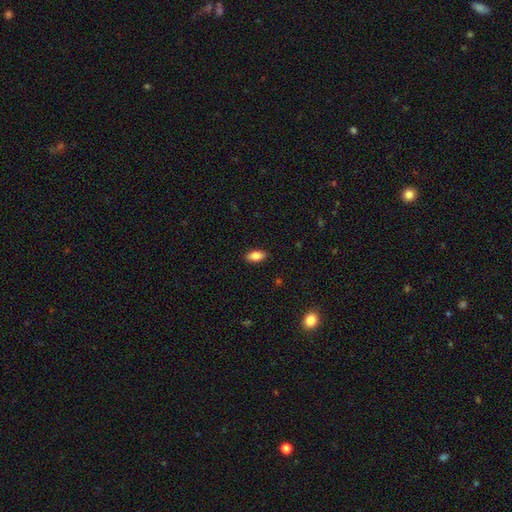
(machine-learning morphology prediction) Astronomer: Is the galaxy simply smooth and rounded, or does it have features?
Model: smooth — 84%.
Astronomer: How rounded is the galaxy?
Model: in between — 89%.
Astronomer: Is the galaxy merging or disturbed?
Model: none — 89%.